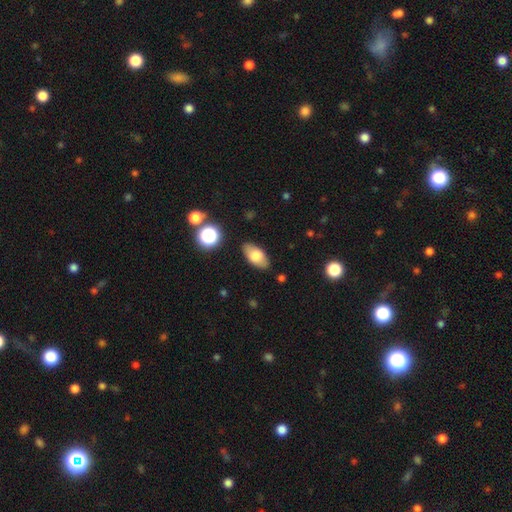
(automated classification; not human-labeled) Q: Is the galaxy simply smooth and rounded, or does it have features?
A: smooth — 73%.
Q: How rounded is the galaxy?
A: in between — 91%.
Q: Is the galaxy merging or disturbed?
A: none — 84%.